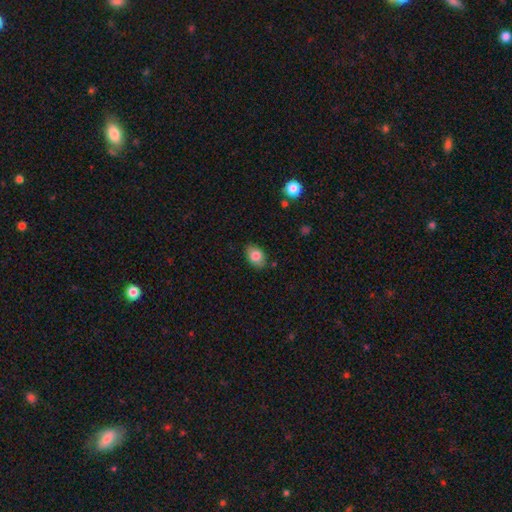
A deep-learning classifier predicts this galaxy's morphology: Smooth or featured?
  - smooth: 83% *
  - featured or disk: 9%
  - star or artifact: 8%
How rounded?
  - in between: 82% *
  - round: 16%
  - cigar-shaped: 1%
Merging?
  - none: 81% *
  - minor disturbance: 14%
  - major disturbance: 3%
  - merger: 2%